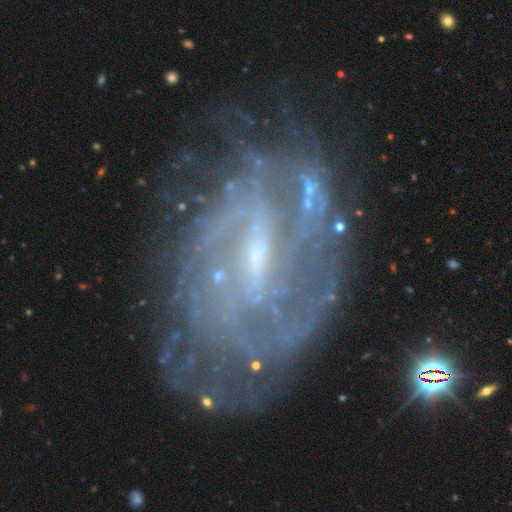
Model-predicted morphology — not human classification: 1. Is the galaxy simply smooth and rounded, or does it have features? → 83% featured or disk, 9% star or artifact, 8% smooth.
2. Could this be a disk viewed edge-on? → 96% no, 4% yes.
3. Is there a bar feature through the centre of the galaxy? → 47% weak, 35% strong, 18% no.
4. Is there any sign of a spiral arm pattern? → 87% yes, 13% no.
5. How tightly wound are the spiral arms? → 57% tight, 31% medium, 12% loose.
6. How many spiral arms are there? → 48% can't tell, 20% 2, 10% 3, 9% 4, 7% more than 4, 6% 1.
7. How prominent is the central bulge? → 66% small, 20% moderate, 11% none, 2% large, 1% dominant.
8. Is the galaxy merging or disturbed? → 68% none, 18% minor disturbance, 11% major disturbance, 3% merger.